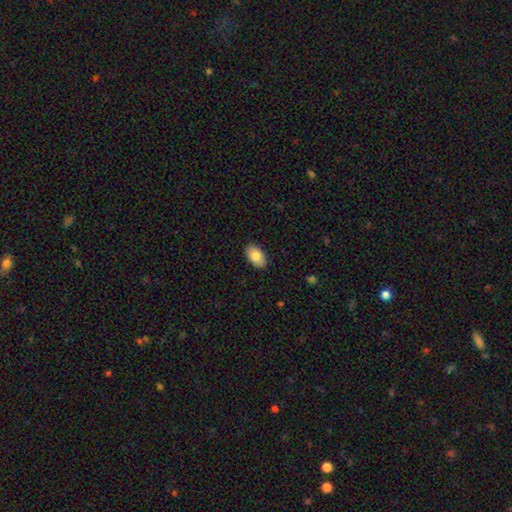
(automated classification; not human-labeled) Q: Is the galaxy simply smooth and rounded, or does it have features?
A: smooth — 85%.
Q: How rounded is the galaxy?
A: in between — 94%.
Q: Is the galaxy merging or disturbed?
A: none — 88%.